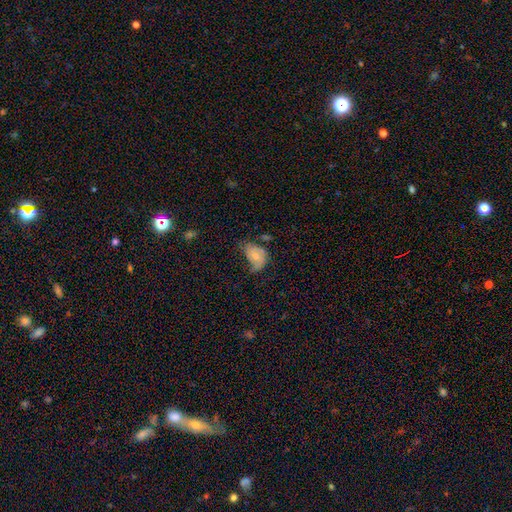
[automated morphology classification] Smooth or featured? smooth (55%)
How rounded? in between (78%)
Merging? minor disturbance (37%)